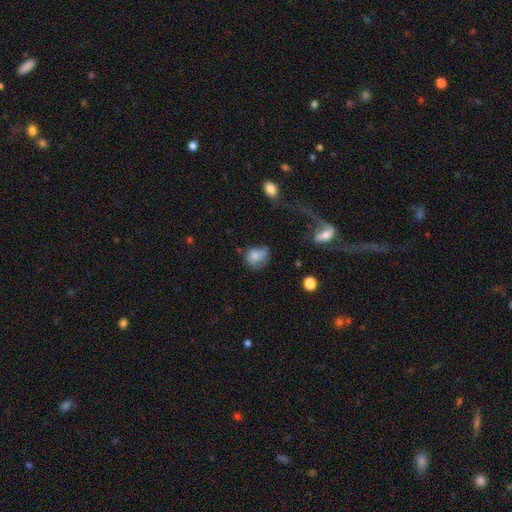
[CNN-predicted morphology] Smooth or featured? Predicted: smooth (p=0.74). How rounded? Predicted: in between (p=0.52). Merging? Predicted: none (p=0.37).